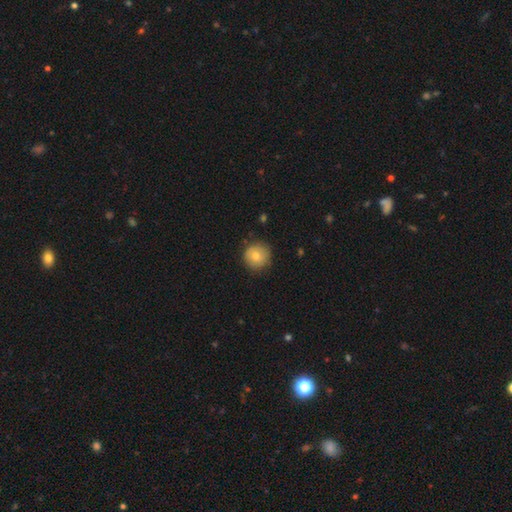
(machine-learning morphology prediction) A smooth galaxy with no disk features (77%) that is round (94%). Merging: none (84%).